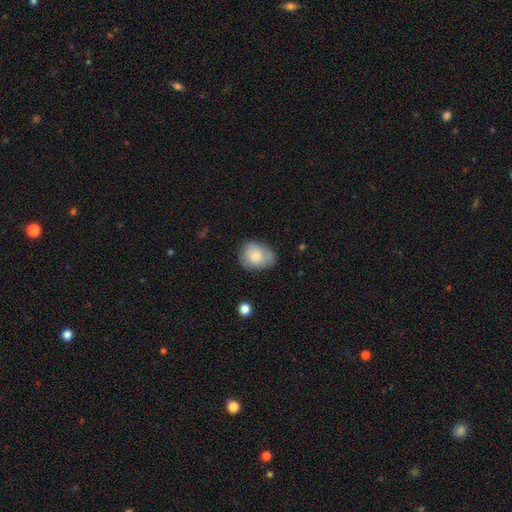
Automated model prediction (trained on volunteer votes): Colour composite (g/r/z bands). It shows a smooth galaxy with no disk features (74%) that is in between round and cigar-shaped (57%). Merging: none (60%).